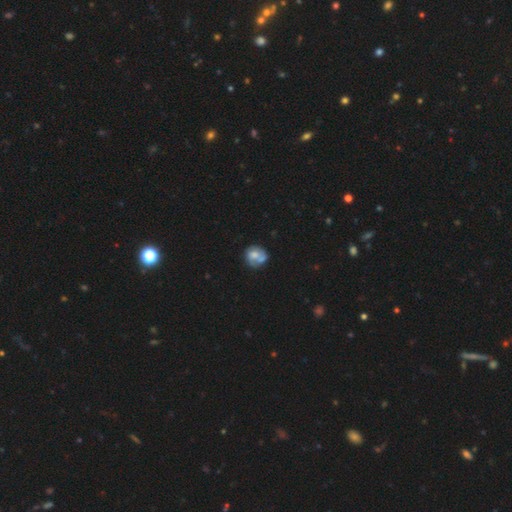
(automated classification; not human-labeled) Smooth or featured: smooth — 57% (featured or disk — 36%)
How rounded: round — 75% (in between — 24%)
Merging: none — 45% (merger — 24%)